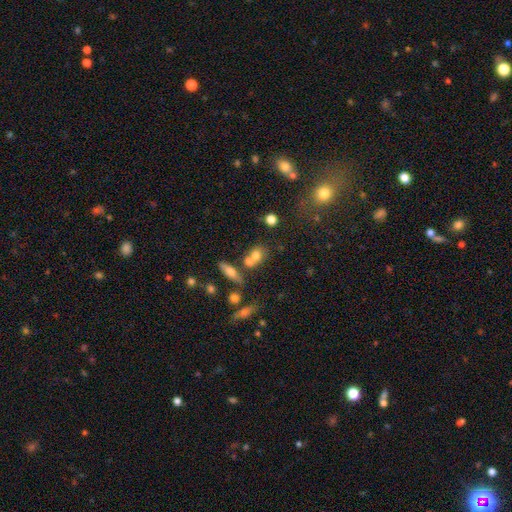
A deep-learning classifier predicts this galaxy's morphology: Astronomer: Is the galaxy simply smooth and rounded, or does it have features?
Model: smooth — 69%.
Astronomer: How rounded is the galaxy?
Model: round — 60% (runner-up: in between, 35%).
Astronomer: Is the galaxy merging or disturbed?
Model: none — 45% (runner-up: merger, 39%).